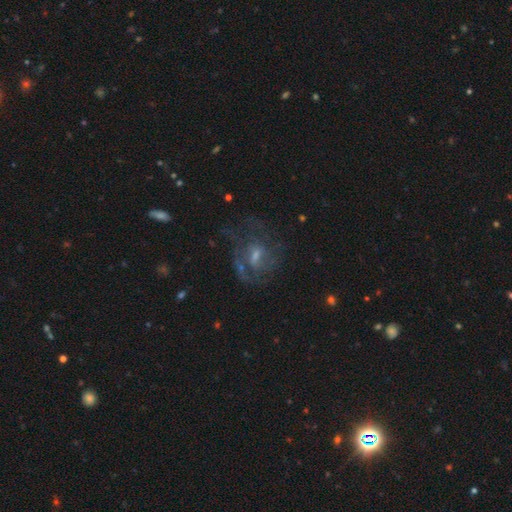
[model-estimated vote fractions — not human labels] A featured or disk galaxy (69%) with a weak bar (49%), spiral arms (71%) and a small central bulge (45%).

Vote fractions:
- Smooth or featured? featured or disk: 69% / smooth: 19% / star or artifact: 12%
- Edge-on disk? no: 96% / yes: 4%
- Bar? weak: 49% / no: 41% / strong: 10%
- Spiral arms? yes: 71% / no: 29%
- Bulge size? small: 45% / moderate: 41% / none: 9% / large: 4% / dominant: 1%
- Merging? none: 50% / major disturbance: 27% / minor disturbance: 19% / merger: 4%